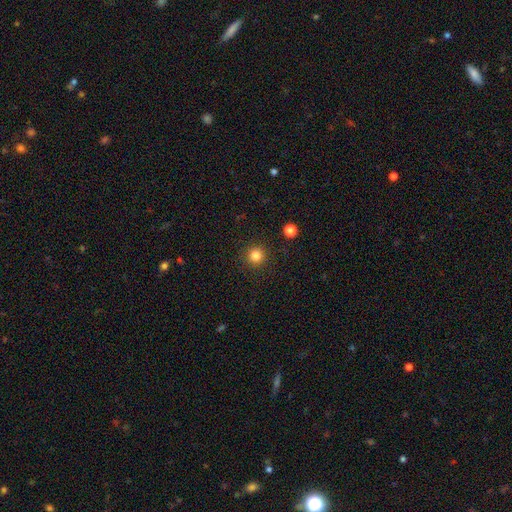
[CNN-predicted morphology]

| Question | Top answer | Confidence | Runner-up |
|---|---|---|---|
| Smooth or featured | smooth | 83% | star or artifact (13%) |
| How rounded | round | 95% | in between (4%) |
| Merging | none | 91% | minor disturbance (5%) |